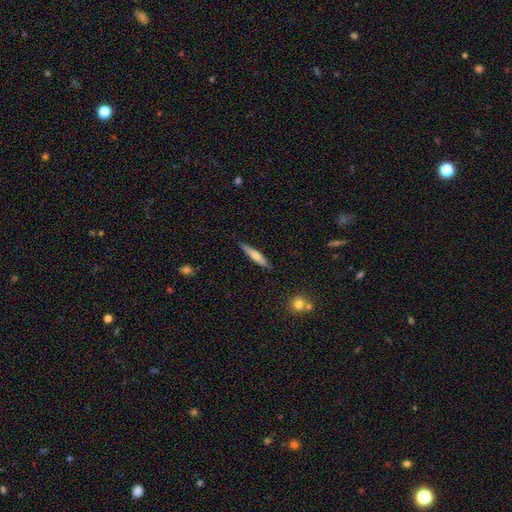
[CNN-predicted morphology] Overall: smooth (56%; featured or disk 38%). How rounded: cigar-shaped (89%). Merging: none (86%).